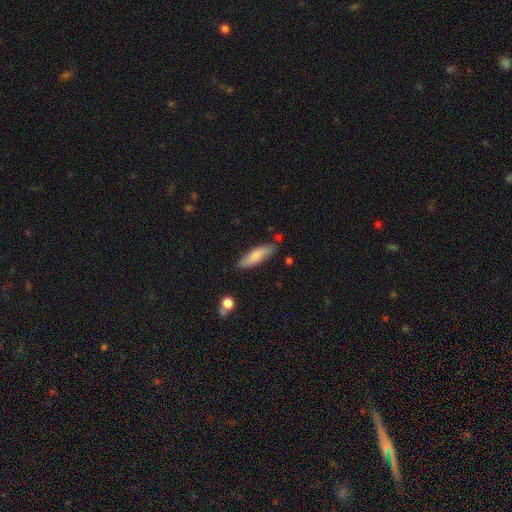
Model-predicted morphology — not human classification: smooth-or-featured: smooth: 77% | featured or disk: 17% | star or artifact: 6%
  how-rounded: cigar-shaped: 62% | in between: 37% | round: 2%
  merging: none: 79% | minor disturbance: 15% | merger: 3% | major disturbance: 3%